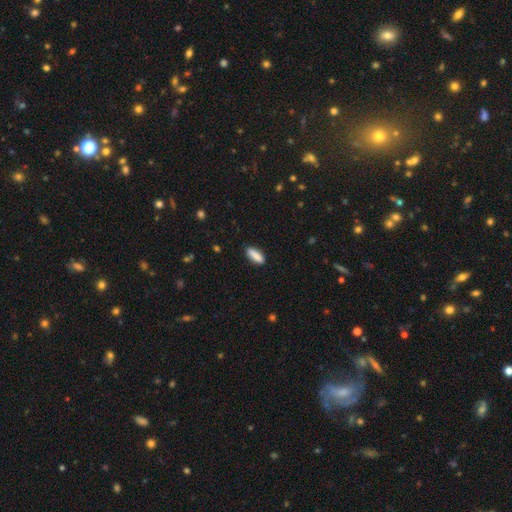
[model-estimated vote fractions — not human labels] Smooth or featured: smooth — 87% (featured or disk — 7%)
How rounded: in between — 57% (cigar-shaped — 41%)
Merging: none — 87% (minor disturbance — 10%)